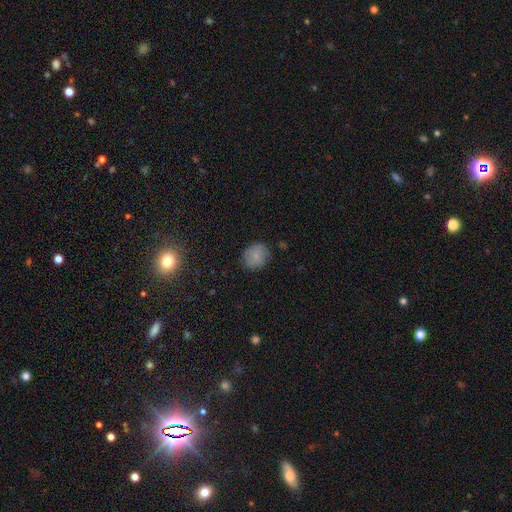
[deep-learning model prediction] Q: Smooth or featured?
A: smooth (77%); runner-up: featured or disk (15%)
Q: How rounded?
A: round (72%); runner-up: in between (27%)
Q: Merging?
A: none (81%); runner-up: minor disturbance (14%)